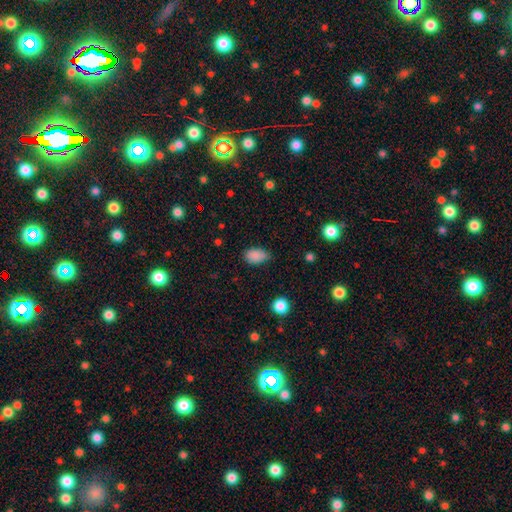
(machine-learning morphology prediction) Overall: smooth (86%). How rounded: in between (88%). Merging: none (65%; minor disturbance 28%).